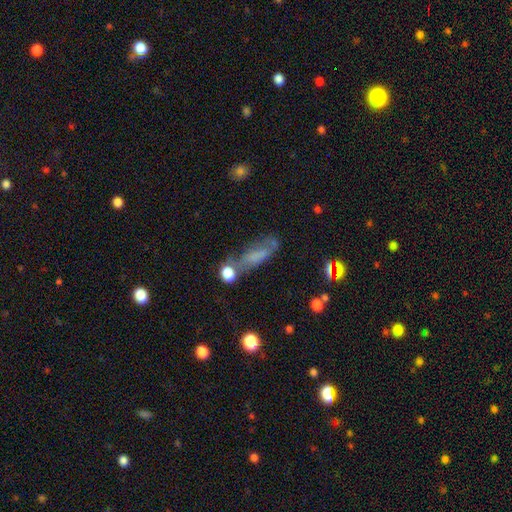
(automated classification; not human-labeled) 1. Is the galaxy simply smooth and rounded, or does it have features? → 51% smooth, 33% featured or disk, 17% star or artifact.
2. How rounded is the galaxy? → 48% in between, 46% cigar-shaped, 6% round.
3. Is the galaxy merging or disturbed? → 48% none, 24% minor disturbance, 15% major disturbance, 13% merger.